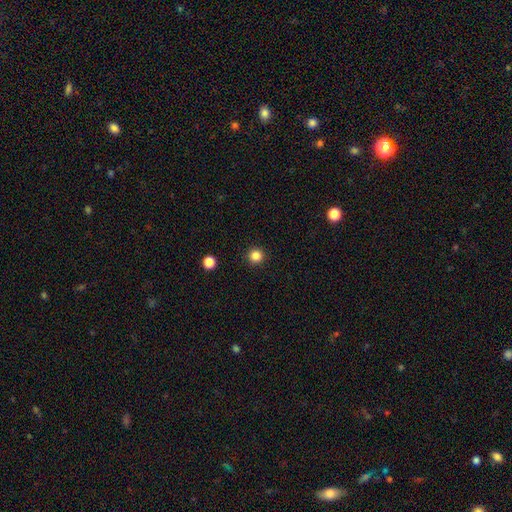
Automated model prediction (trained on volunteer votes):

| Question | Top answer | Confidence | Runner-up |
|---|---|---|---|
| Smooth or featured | smooth | 84% | star or artifact (12%) |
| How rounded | round | 96% | in between (3%) |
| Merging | none | 93% | minor disturbance (4%) |